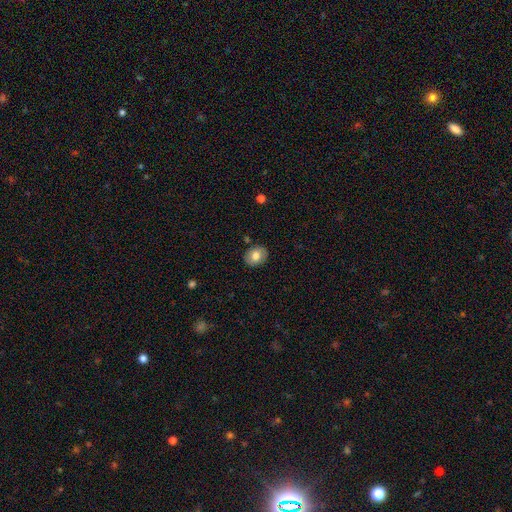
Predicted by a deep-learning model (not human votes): Q: Smooth or featured?
A: smooth (76%); runner-up: featured or disk (16%)
Q: How rounded?
A: round (53%); runner-up: in between (47%)
Q: Merging?
A: none (86%); runner-up: minor disturbance (10%)